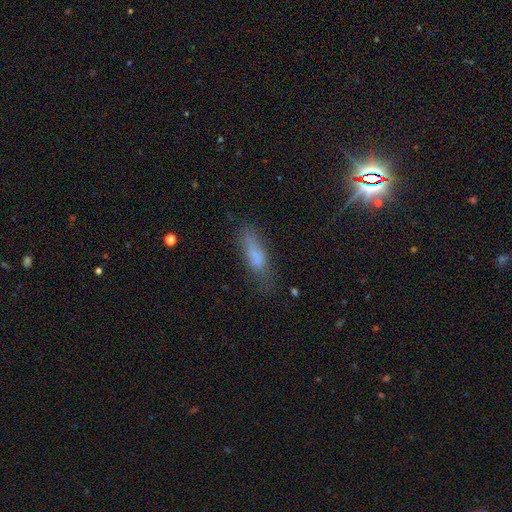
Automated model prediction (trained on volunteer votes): This is likely a smooth galaxy (73%). How rounded: possibly cigar-shaped (50%). Merging: possibly none (58%).